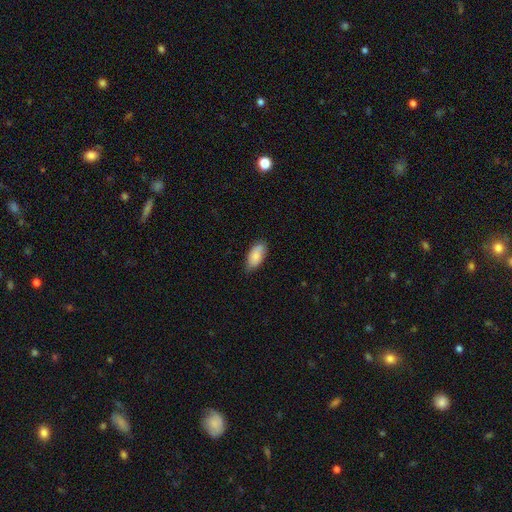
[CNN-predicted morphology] type=smooth (84%); roundness=in between (91%); merging=none (74%).